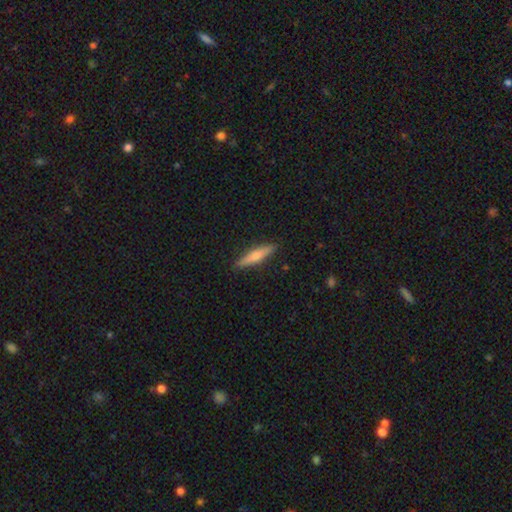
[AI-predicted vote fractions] This is possibly a smooth galaxy (60%). How rounded: clearly cigar-shaped (87%). Merging: clearly none (90%).